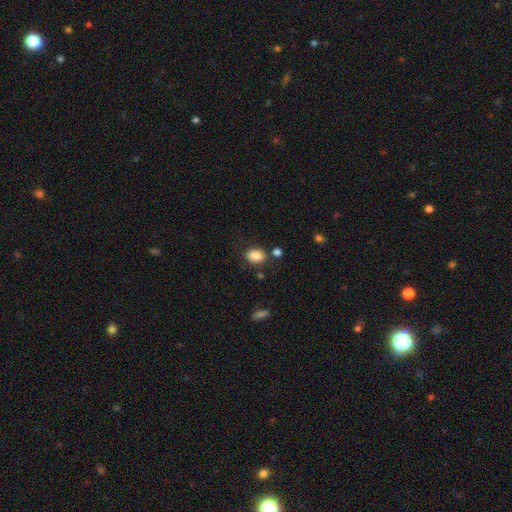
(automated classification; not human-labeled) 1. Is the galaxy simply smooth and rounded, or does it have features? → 84% smooth, 9% star or artifact, 7% featured or disk.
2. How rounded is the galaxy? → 62% in between, 37% round, 1% cigar-shaped.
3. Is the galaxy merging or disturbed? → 77% none, 12% minor disturbance, 7% merger, 4% major disturbance.